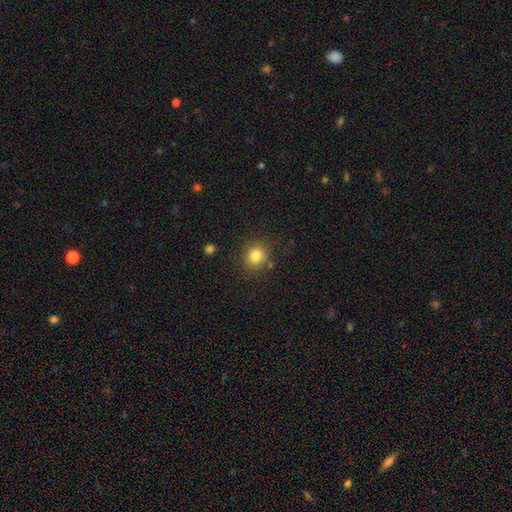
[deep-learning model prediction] Smooth or featured? Predicted: smooth (p=0.82). How rounded? Predicted: round (p=0.81). Merging? Predicted: none (p=0.82).